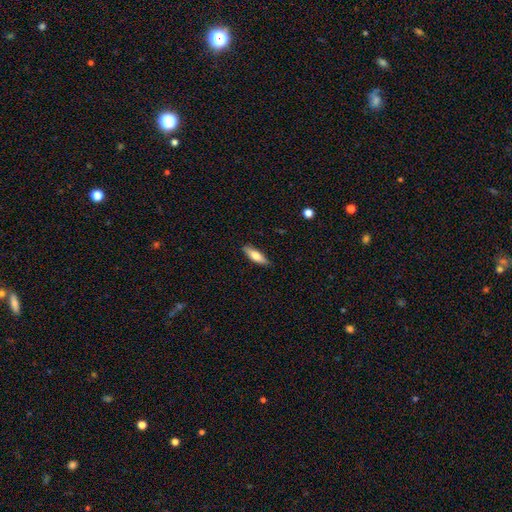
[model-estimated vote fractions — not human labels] A smooth galaxy with no disk features (68%) that is cigar-shaped (52%).

Vote fractions:
- Smooth or featured? smooth: 68% / featured or disk: 26% / star or artifact: 6%
- How rounded? cigar-shaped: 52% / in between: 46% / round: 2%
- Merging? none: 86% / minor disturbance: 11% / major disturbance: 2% / merger: 1%